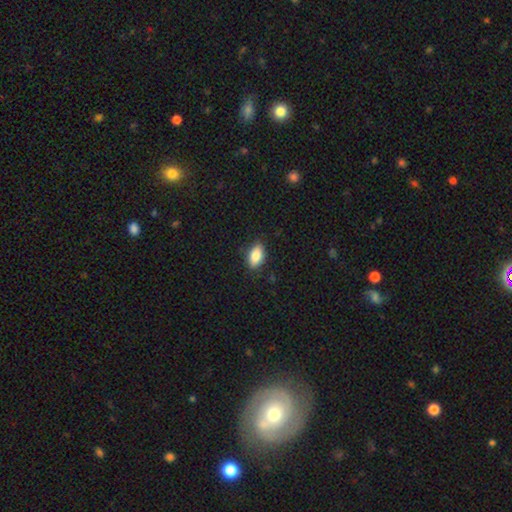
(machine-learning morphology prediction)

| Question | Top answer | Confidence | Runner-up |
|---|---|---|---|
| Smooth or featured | smooth | 85% | star or artifact (8%) |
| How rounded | in between | 90% | round (6%) |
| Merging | none | 84% | minor disturbance (12%) |